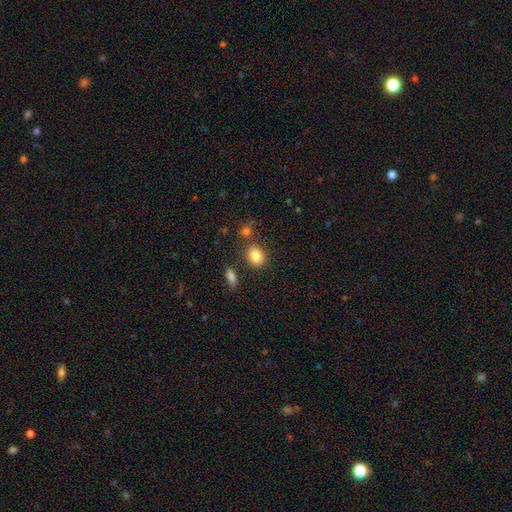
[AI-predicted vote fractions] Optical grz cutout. It shows a smooth galaxy with no disk features (84%) that is in between round and cigar-shaped (52%). Merging: none (75%).